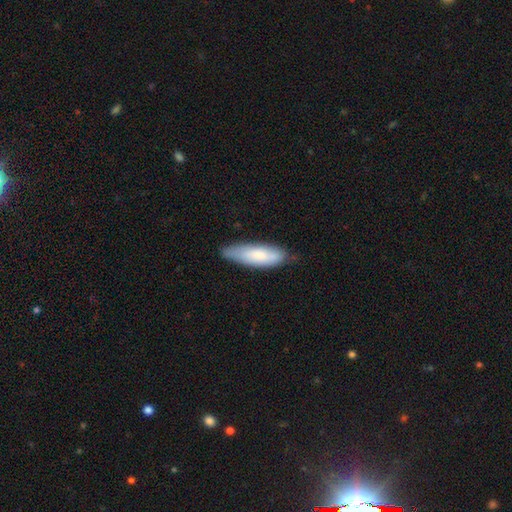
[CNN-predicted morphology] A smooth galaxy with no disk features (73%) that is cigar-shaped (51%).

Vote fractions:
- Smooth or featured? smooth: 73% / featured or disk: 21% / star or artifact: 6%
- How rounded? cigar-shaped: 51% / in between: 48% / round: 1%
- Merging? none: 71% / minor disturbance: 24% / major disturbance: 4% / merger: 2%